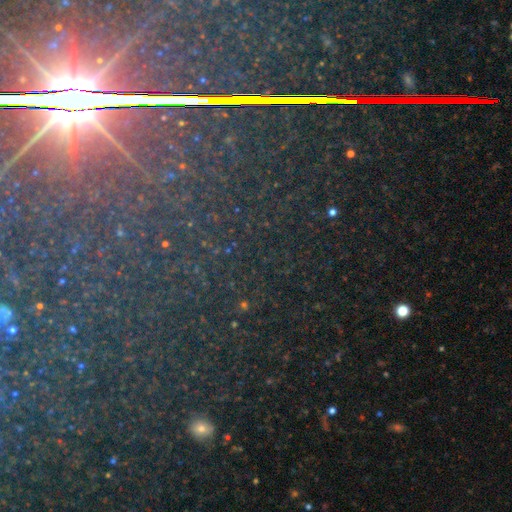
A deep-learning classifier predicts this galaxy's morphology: Smooth or featured: star or artifact — 84% (featured or disk — 8%)